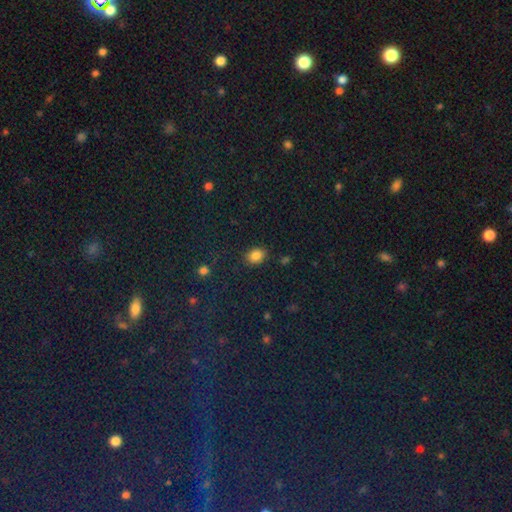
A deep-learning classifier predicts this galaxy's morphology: Q: Smooth or featured?
A: smooth (85%); runner-up: star or artifact (11%)
Q: How rounded?
A: in between (58%); runner-up: round (41%)
Q: Merging?
A: none (85%); runner-up: minor disturbance (11%)